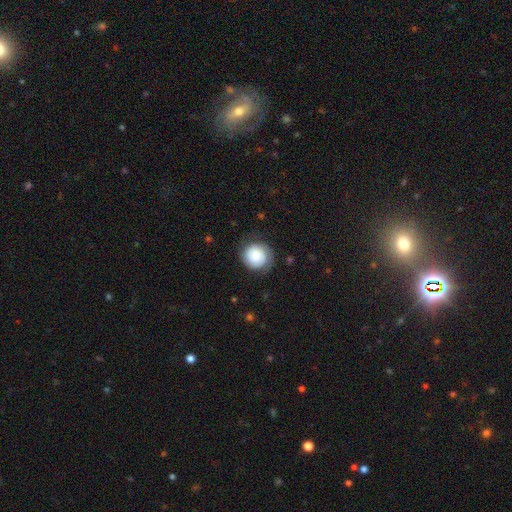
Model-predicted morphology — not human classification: Smooth or featured?
  - smooth: 63% *
  - featured or disk: 30%
  - star or artifact: 7%
How rounded?
  - round: 89% *
  - in between: 10%
  - cigar-shaped: 1%
Merging?
  - none: 74% *
  - minor disturbance: 18%
  - major disturbance: 7%
  - merger: 1%